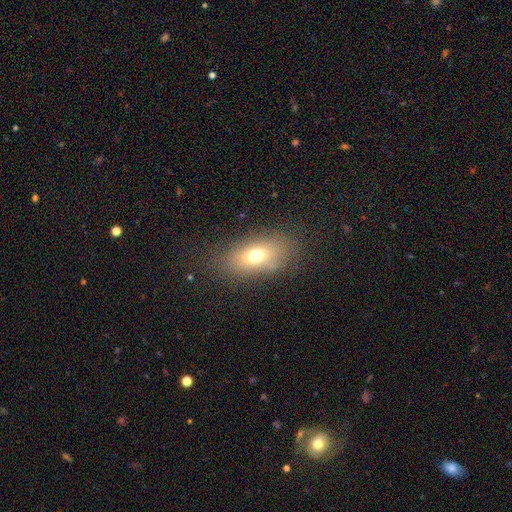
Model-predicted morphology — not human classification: Overall: smooth (69%). How rounded: in between (83%). Merging: none (77%).